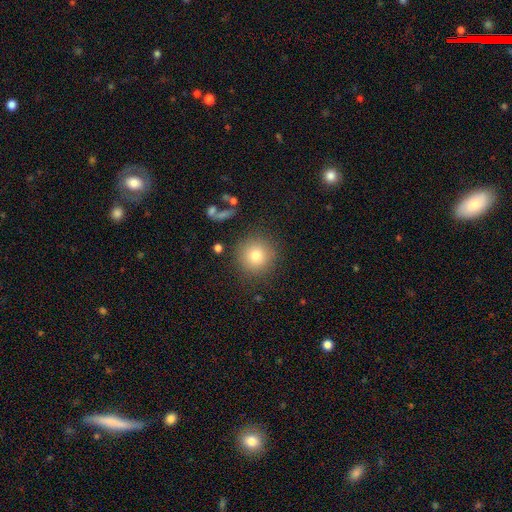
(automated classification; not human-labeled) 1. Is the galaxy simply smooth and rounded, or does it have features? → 78% smooth, 12% star or artifact, 10% featured or disk.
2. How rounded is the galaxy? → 95% round, 4% in between, 1% cigar-shaped.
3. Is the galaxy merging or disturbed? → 87% none, 8% minor disturbance, 3% major disturbance, 2% merger.